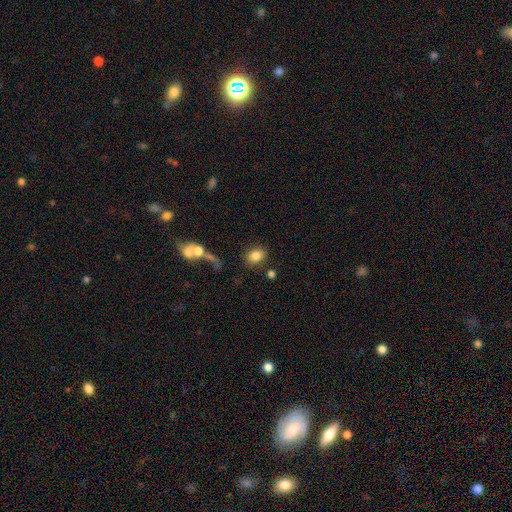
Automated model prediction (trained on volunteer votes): smooth 82%, star or artifact 9%, featured or disk 9%. Down the decision tree: how rounded — in between (67%); merging — none (76%).